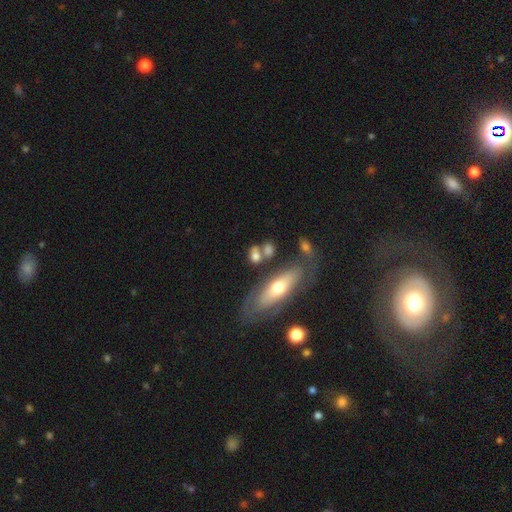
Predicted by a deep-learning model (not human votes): Smooth or featured?
  - smooth: 66% *
  - featured or disk: 24%
  - star or artifact: 10%
How rounded?
  - in between: 51% *
  - round: 37%
  - cigar-shaped: 12%
Merging?
  - none: 48% *
  - merger: 27%
  - minor disturbance: 16%
  - major disturbance: 9%